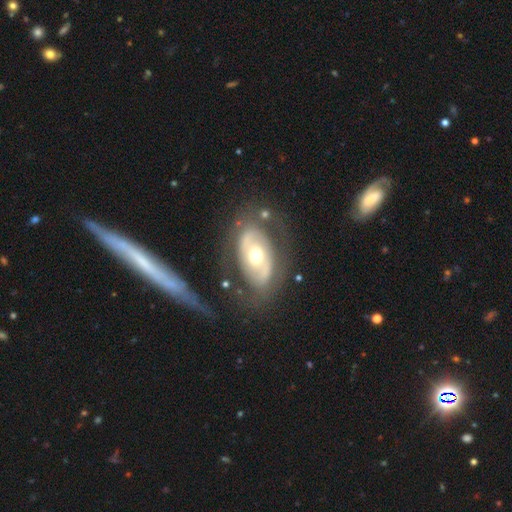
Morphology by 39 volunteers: A featured or disk galaxy (77%) with no bar (70%), no spiral arms (60%) and a moderate central bulge (87%). Merging: none (59%).